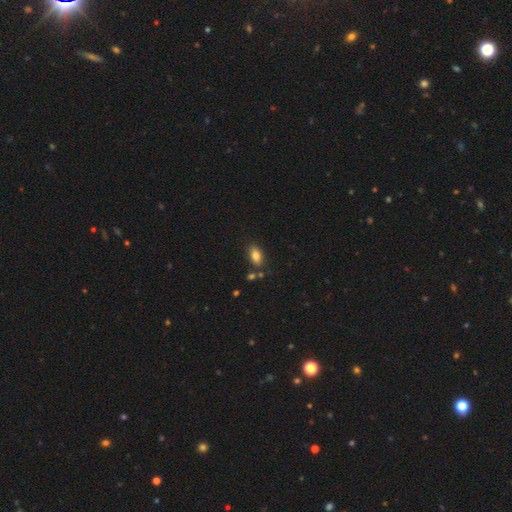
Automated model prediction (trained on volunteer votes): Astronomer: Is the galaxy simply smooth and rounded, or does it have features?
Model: smooth — 82%.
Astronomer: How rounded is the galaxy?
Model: in between — 89%.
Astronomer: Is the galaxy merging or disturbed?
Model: none — 77%.